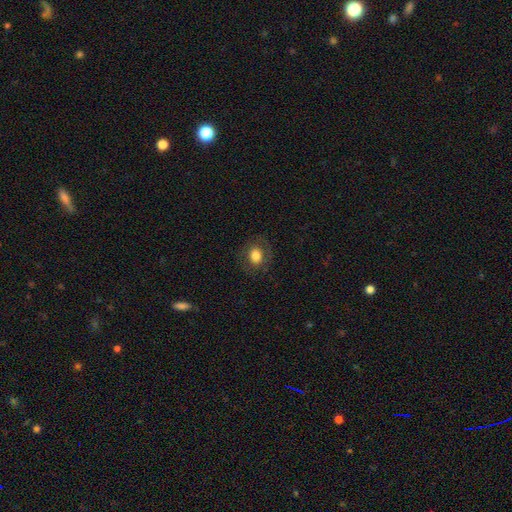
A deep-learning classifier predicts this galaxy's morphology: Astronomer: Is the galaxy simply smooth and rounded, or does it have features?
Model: smooth — 75%.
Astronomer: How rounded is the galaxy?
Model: round — 52% (runner-up: in between, 47%).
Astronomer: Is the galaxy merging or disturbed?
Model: none — 80%.